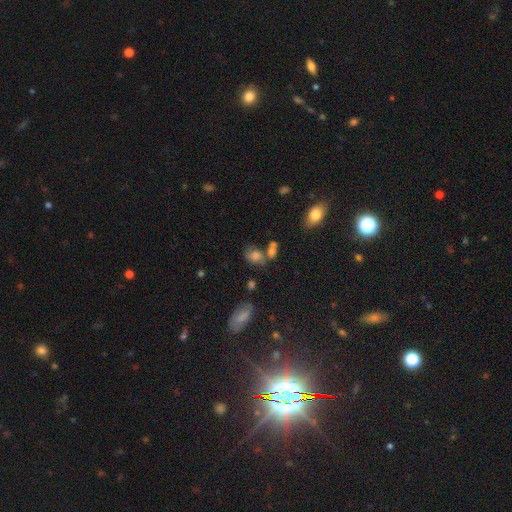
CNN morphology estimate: A smooth galaxy with no disk features (69%) that is in between round and cigar-shaped (69%). Merging: none (44%).